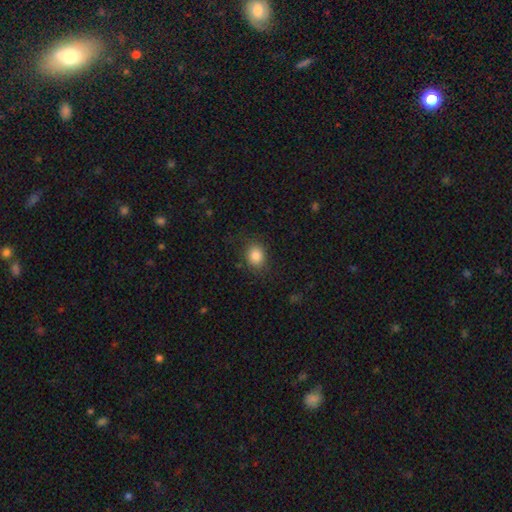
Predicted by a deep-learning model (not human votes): Smooth or featured?
  - smooth: 86% *
  - star or artifact: 9%
  - featured or disk: 5%
How rounded?
  - round: 54% *
  - in between: 45%
  - cigar-shaped: 1%
Merging?
  - none: 78% *
  - minor disturbance: 15%
  - major disturbance: 6%
  - merger: 1%